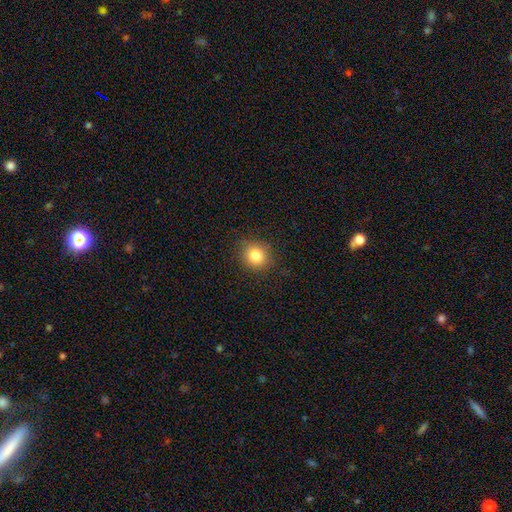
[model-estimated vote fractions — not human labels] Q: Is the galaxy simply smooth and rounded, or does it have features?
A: smooth — 82%.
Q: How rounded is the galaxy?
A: round — 84%.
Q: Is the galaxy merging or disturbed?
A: none — 87%.